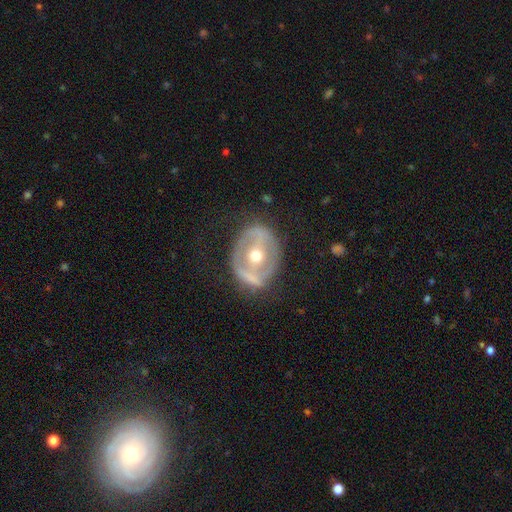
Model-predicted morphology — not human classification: A featured or disk galaxy (75%) with a strong bar (45%), no spiral arms (67%) and a moderate central bulge (72%). Merging: none (71%).